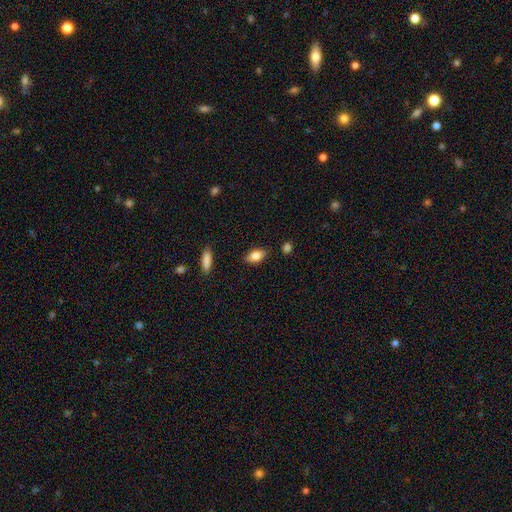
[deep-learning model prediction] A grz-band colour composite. It shows a smooth galaxy with no disk features (83%) that is in between round and cigar-shaped (88%). Merging: none (83%).